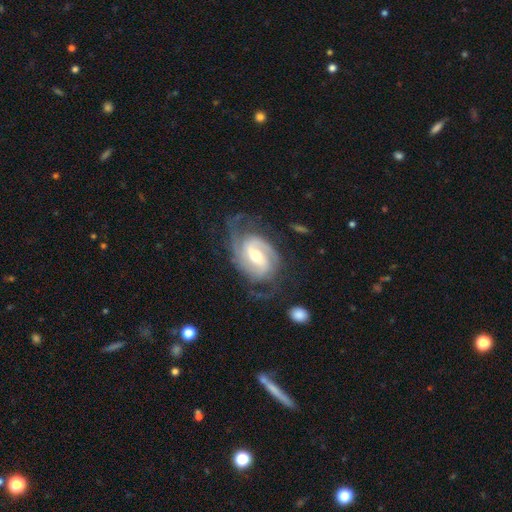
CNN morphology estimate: Q: Smooth or featured?
A: featured or disk (89%); runner-up: smooth (6%)
Q: Edge-on disk?
A: no (97%); runner-up: yes (3%)
Q: Bar?
A: weak (47%); runner-up: strong (33%)
Q: Spiral arms?
A: yes (97%); runner-up: no (3%)
Q: Spiral winding?
A: tight (46%); runner-up: medium (41%)
Q: Spiral arm count?
A: 2 (60%); runner-up: 3 (19%)
Q: Bulge size?
A: moderate (64%); runner-up: small (29%)
Q: Merging?
A: none (66%); runner-up: minor disturbance (20%)